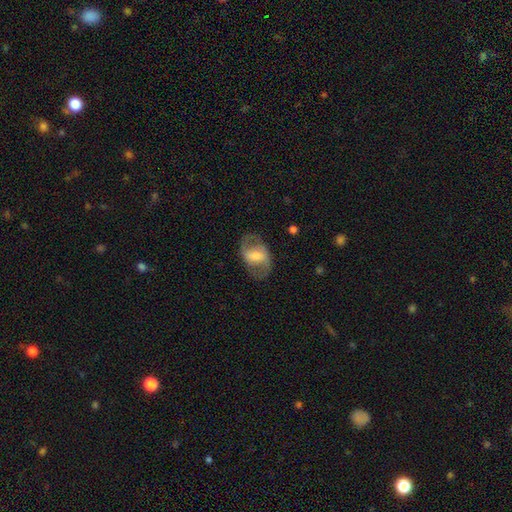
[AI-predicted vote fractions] Smooth or featured? featured or disk (68%)
Edge-on disk? no (95%)
Bar? weak (45%)
Spiral arms? yes (79%)
Spiral winding? medium (49%)
Spiral arm count? 2 (87%)
Bulge size? moderate (47%)
Merging? none (75%)